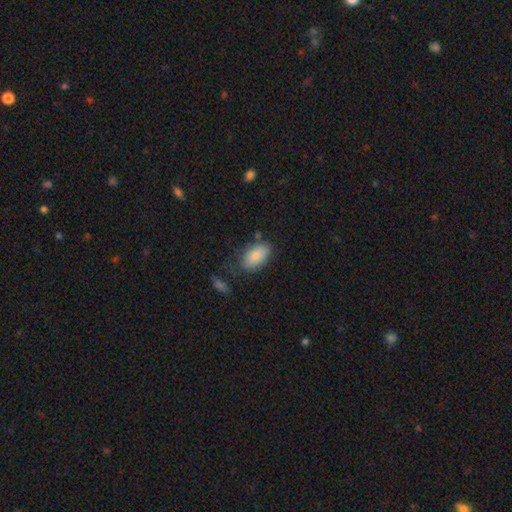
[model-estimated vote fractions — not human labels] Smooth or featured?
  - smooth: 86% *
  - featured or disk: 7%
  - star or artifact: 7%
How rounded?
  - in between: 94% *
  - round: 4%
  - cigar-shaped: 2%
Merging?
  - none: 67% *
  - minor disturbance: 21%
  - major disturbance: 7%
  - merger: 5%